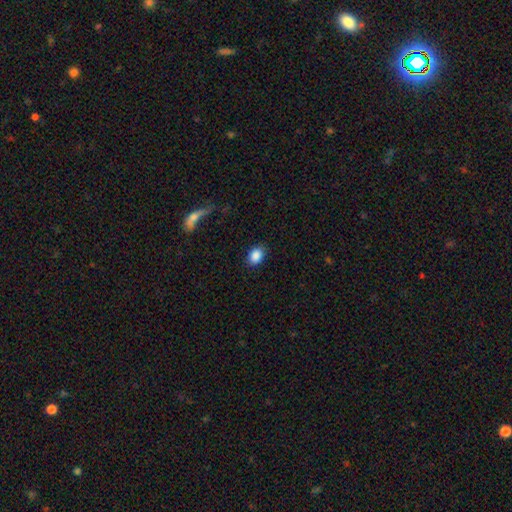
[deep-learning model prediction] smooth-or-featured: smooth: 88% | star or artifact: 8% | featured or disk: 4%
  how-rounded: in between: 69% | round: 29% | cigar-shaped: 1%
  merging: none: 86% | minor disturbance: 9% | major disturbance: 3% | merger: 1%